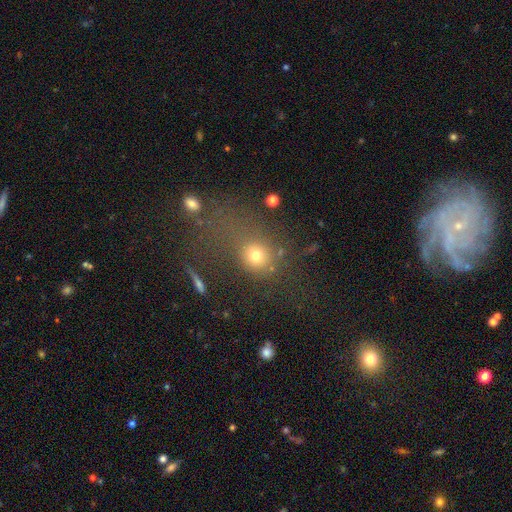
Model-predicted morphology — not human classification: type=smooth (68%); roundness=round (73%); merging=none (54%).